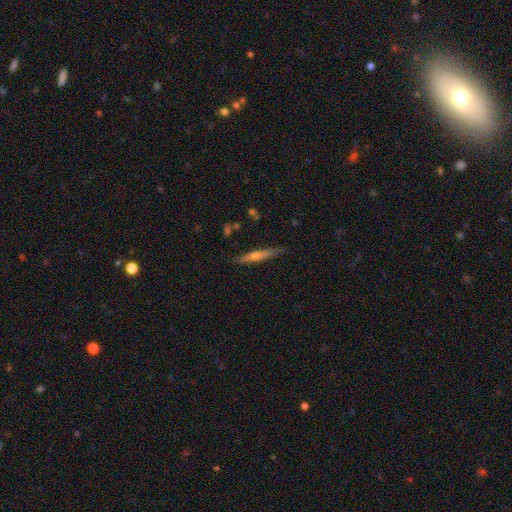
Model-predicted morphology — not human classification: A featured or disk galaxy (64%) viewed edge-on (97%) with a rounded central bulge (82%). Merging: none (85%).